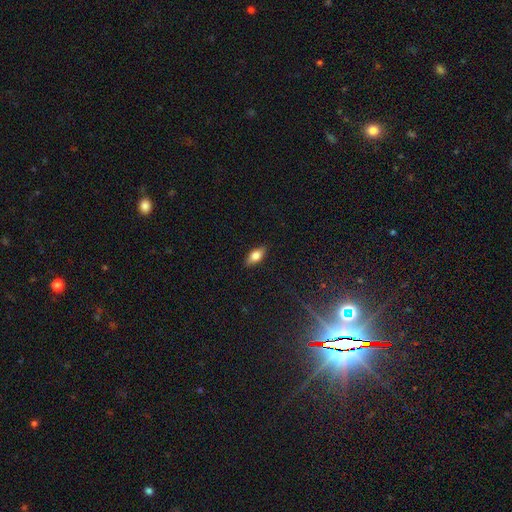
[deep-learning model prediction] This appears to be a smooth galaxy with no disk features (69%) that is in between round and cigar-shaped (81%). Merging: none (88%).